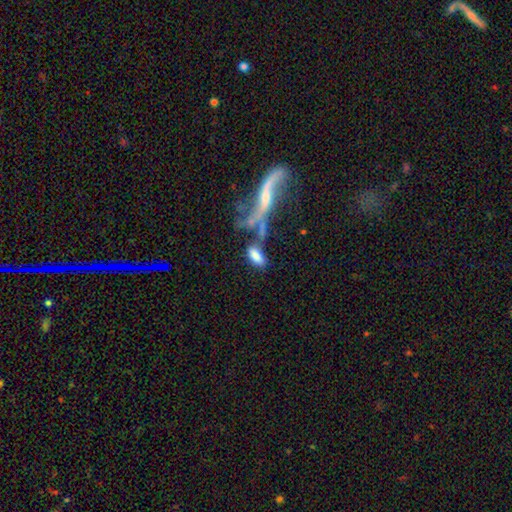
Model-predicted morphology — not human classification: A smooth galaxy with no disk features (73%) that is in between round and cigar-shaped (84%).

Vote fractions:
- Smooth or featured? smooth: 73% / featured or disk: 19% / star or artifact: 8%
- How rounded? in between: 84% / cigar-shaped: 13% / round: 3%
- Merging? none: 37% (tied) / merger: 37% (tied) / minor disturbance: 14% / major disturbance: 12%